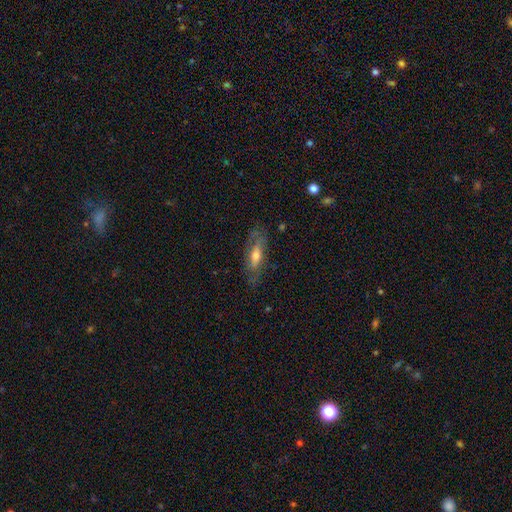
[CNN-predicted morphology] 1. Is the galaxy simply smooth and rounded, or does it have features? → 50% featured or disk, 43% smooth, 7% star or artifact.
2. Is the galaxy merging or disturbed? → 71% none, 19% minor disturbance, 8% major disturbance, 1% merger.